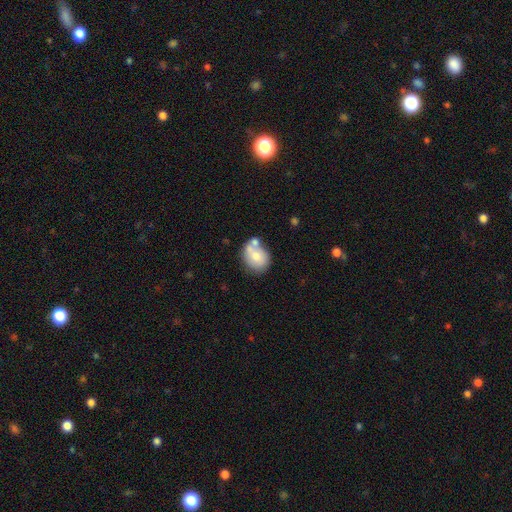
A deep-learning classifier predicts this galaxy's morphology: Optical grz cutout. It shows a smooth galaxy with no disk features (64%) that is round (54%). Merging: none (46%).